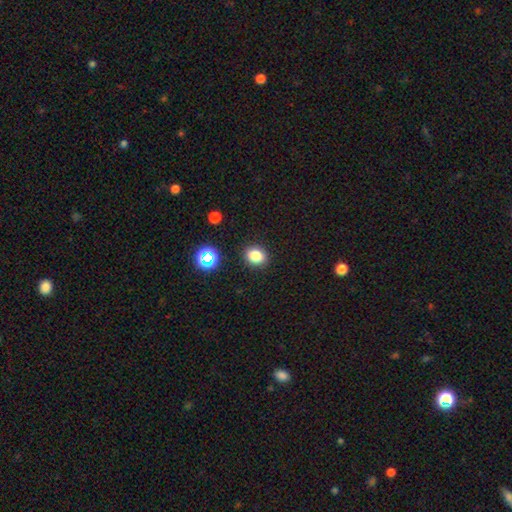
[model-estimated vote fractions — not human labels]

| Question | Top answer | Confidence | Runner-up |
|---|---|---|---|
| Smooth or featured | smooth | 81% | star or artifact (14%) |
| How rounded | round | 59% | in between (40%) |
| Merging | none | 89% | minor disturbance (7%) |